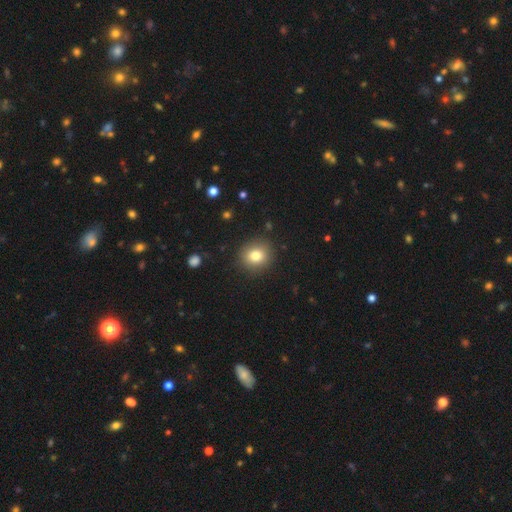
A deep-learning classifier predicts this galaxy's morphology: This appears to be a smooth galaxy with no disk features (80%) that is round (85%). Merging: none (89%).